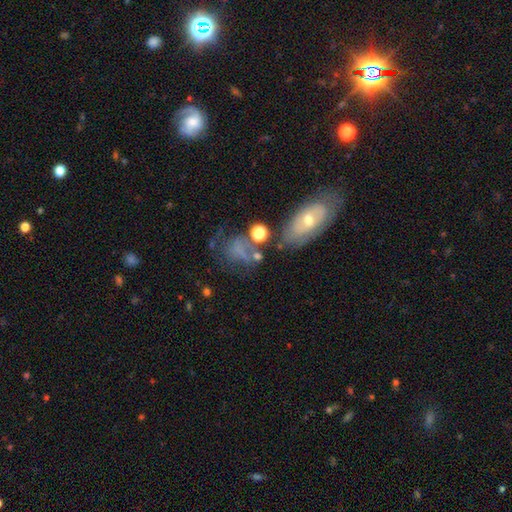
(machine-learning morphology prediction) Smooth or featured?
  - smooth: 49% *
  - featured or disk: 33%
  - star or artifact: 18%
Merging?
  - none: 41% *
  - major disturbance: 22%
  - minor disturbance: 21%
  - merger: 17%